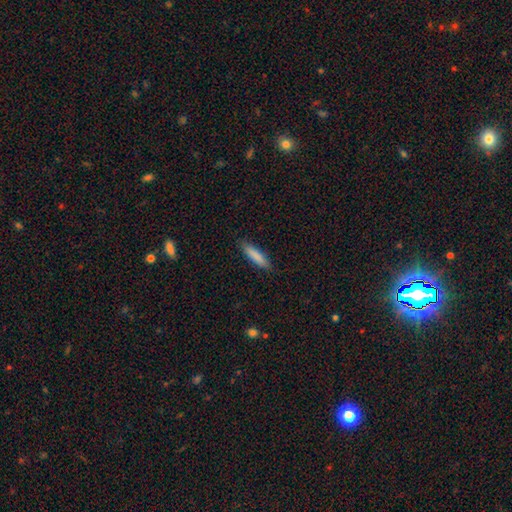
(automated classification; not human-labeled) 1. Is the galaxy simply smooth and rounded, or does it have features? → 85% smooth, 9% featured or disk, 6% star or artifact.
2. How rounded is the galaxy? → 81% cigar-shaped, 18% in between, 1% round.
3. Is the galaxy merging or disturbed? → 88% none, 9% minor disturbance, 2% major disturbance, 1% merger.